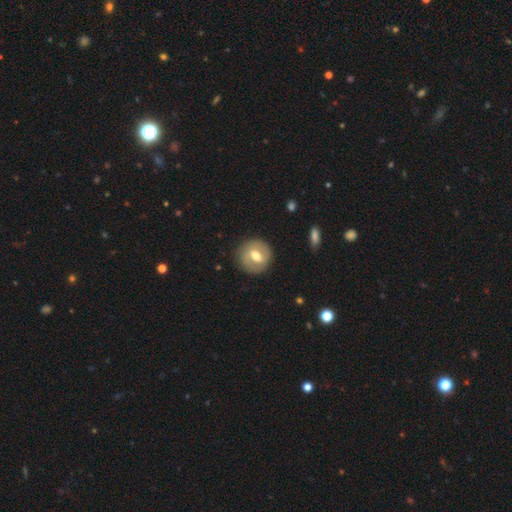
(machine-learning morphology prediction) type=featured or disk (50%); merging=none (85%).